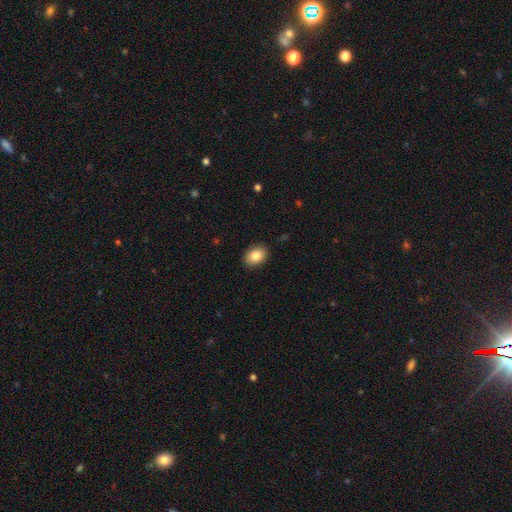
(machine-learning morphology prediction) Smooth or featured? Predicted: smooth (p=0.85). How rounded? Predicted: in between (p=0.74). Merging? Predicted: none (p=0.89).